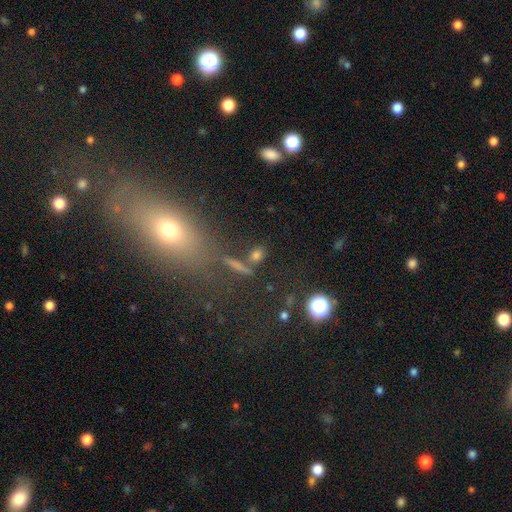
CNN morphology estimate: Smooth or featured? smooth (63%)
How rounded? in between (40%)
Merging? none (68%)